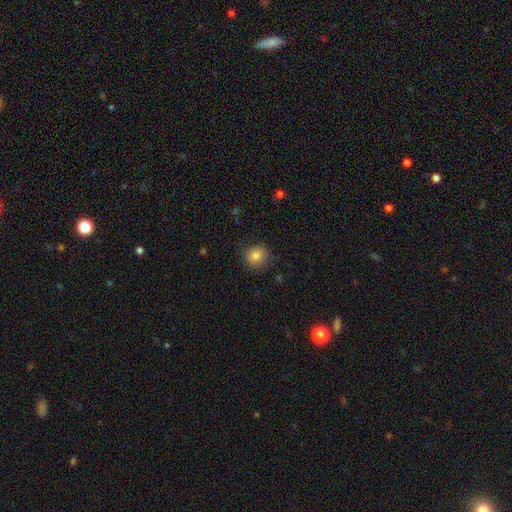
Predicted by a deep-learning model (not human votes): A smooth galaxy with no disk features (83%) that is round (87%). Merging: none (85%).